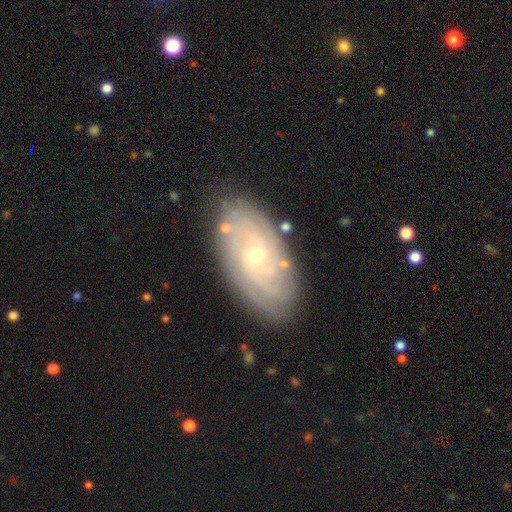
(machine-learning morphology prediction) Overall: featured or disk (75%). Edge-on disk: no (92%). Bar: no (72%). Spiral arms: yes (88%). Spiral arm count: can't tell (55%). Spiral winding: tight (75%). Bulge size: small (57%; moderate 40%). Merging: none (82%).